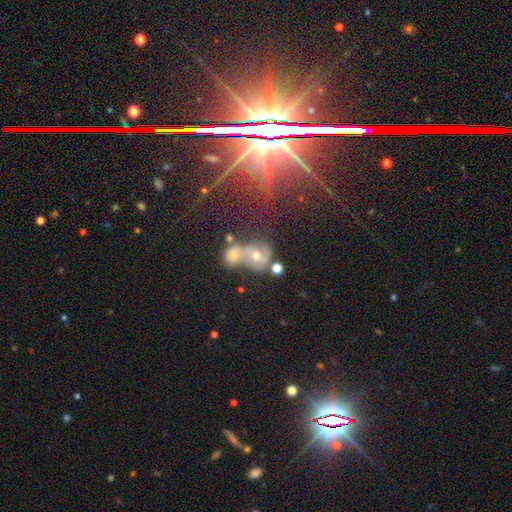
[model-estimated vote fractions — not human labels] A featured or disk galaxy (47%). Merging: merger (62%).